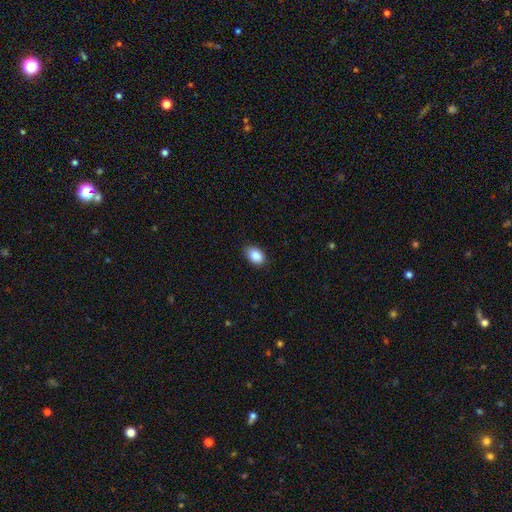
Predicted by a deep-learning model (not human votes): A smooth galaxy with no disk features (88%) that is in between round and cigar-shaped (86%).

Vote fractions:
- Smooth or featured? smooth: 88% / star or artifact: 8% / featured or disk: 5%
- How rounded? in between: 86% / round: 12% / cigar-shaped: 1%
- Merging? none: 84% / minor disturbance: 13% / major disturbance: 2% / merger: 1%